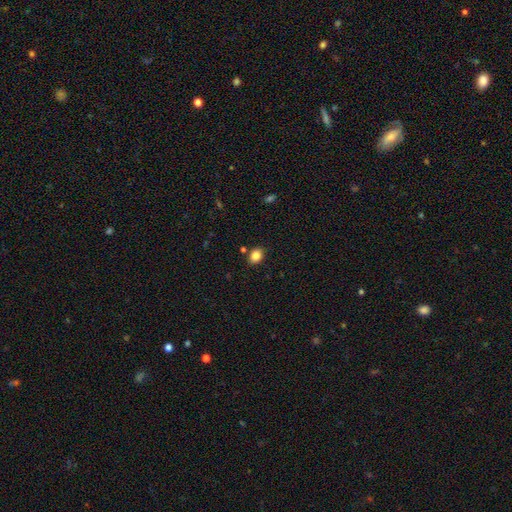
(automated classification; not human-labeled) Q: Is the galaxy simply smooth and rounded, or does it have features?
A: smooth — 84%.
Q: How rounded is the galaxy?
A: in between — 61%.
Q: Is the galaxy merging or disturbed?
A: none — 83%.